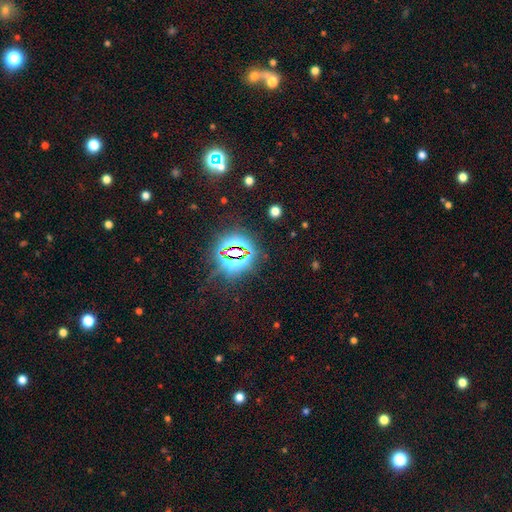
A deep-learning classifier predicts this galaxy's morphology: smooth_or_featured: star or artifact (p=0.82) [alt: smooth p=0.11]